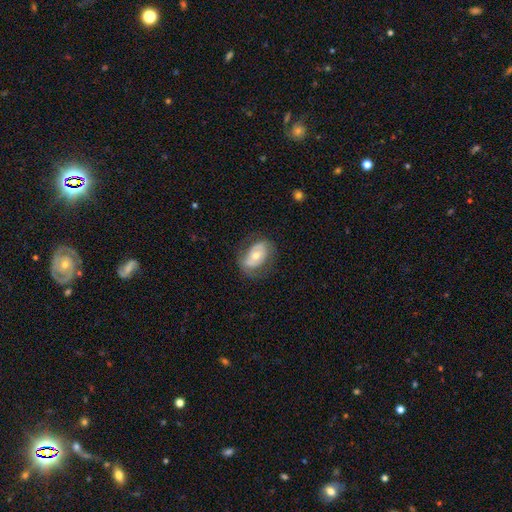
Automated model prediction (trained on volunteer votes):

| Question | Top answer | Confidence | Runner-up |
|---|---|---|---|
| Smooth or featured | smooth | 50% | featured or disk (44%) |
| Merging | none | 65% | minor disturbance (22%) |